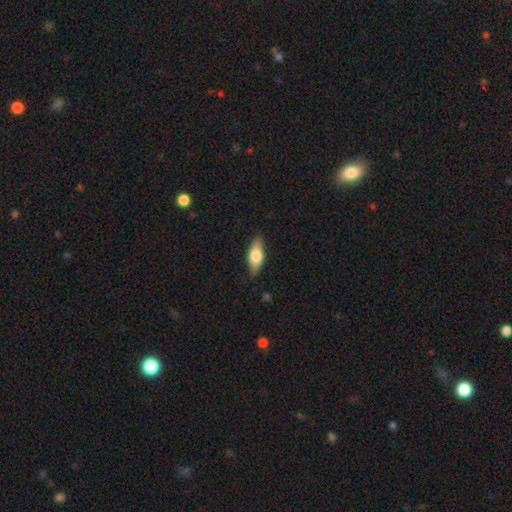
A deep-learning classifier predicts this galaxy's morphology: smooth 59%, featured or disk 35%, star or artifact 6%. Down the decision tree: how rounded — in between (73%); merging — none (85%).